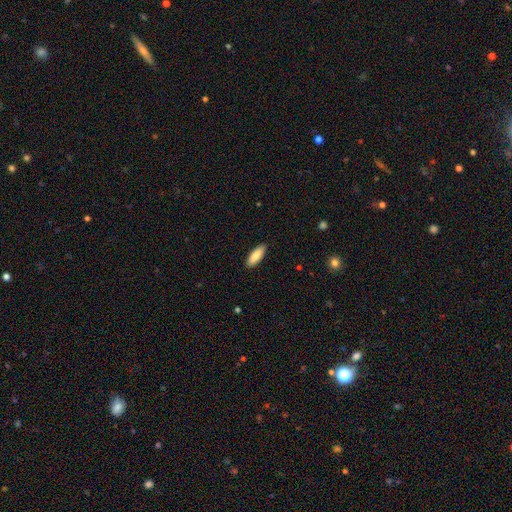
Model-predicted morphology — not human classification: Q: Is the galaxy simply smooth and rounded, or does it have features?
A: smooth — 83%.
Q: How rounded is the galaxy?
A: in between — 64%.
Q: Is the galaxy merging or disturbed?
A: none — 89%.